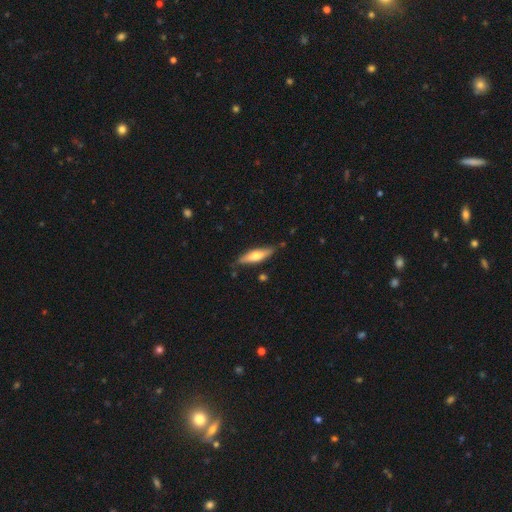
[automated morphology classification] smooth_or_featured: smooth (p=0.53) [alt: featured or disk p=0.42]
how_rounded: cigar-shaped (p=0.66) [alt: in between p=0.32]
merging: none (p=0.81) [alt: minor disturbance p=0.14]